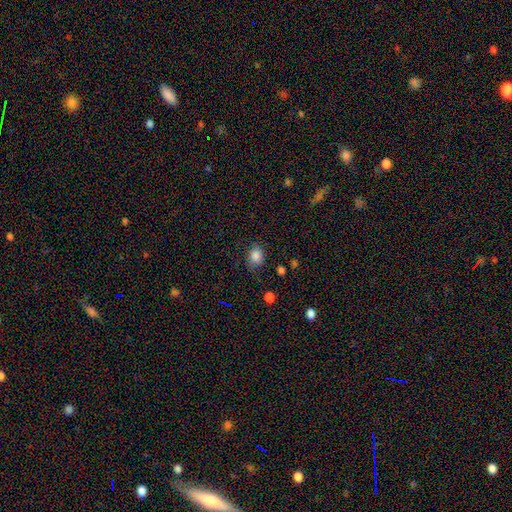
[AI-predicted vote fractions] This appears to be a smooth galaxy with no disk features (85%) that is in between round and cigar-shaped (56%). Merging: none (74%).